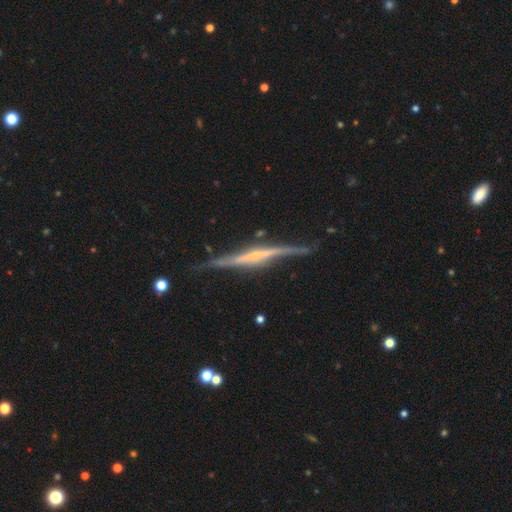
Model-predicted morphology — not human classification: Smooth or featured? Predicted: featured or disk (p=0.85). Edge-on disk? Predicted: yes (p=0.96). Edge-on bulge? Predicted: rounded (p=0.59). Merging? Predicted: none (p=0.75).